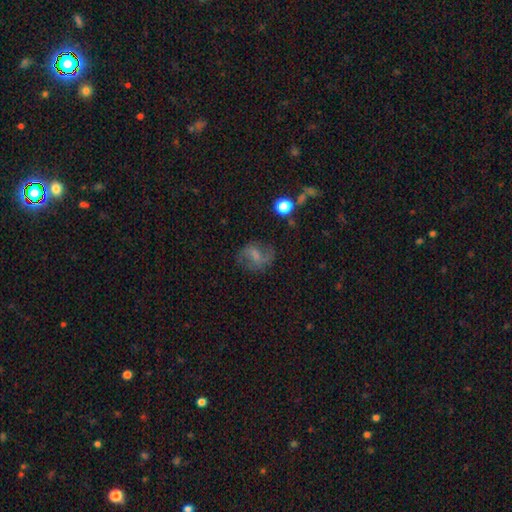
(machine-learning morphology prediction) smooth-or-featured: featured or disk: 50% | smooth: 37% | star or artifact: 13%
  disk-edge-on: no: 97% | yes: 3%
  merging: none: 65% | minor disturbance: 20% | major disturbance: 13% | merger: 2%